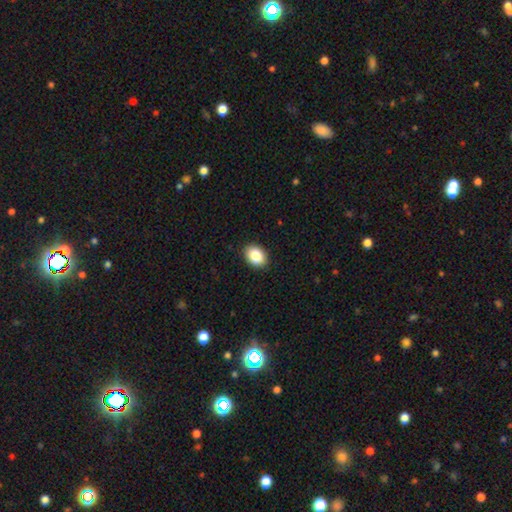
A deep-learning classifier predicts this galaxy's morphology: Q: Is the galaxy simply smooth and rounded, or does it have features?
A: smooth — 87%.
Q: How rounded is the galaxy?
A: in between — 73%.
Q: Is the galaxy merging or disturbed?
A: none — 90%.